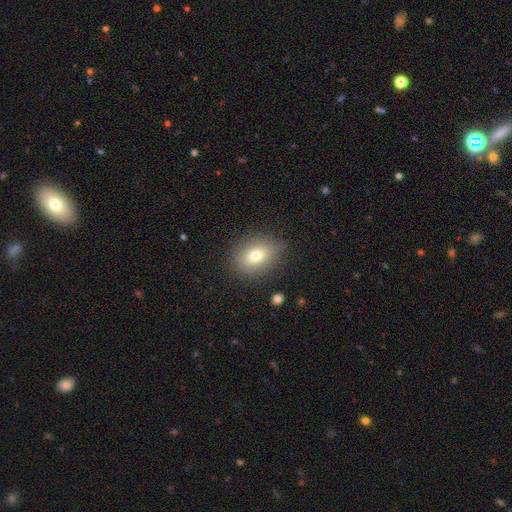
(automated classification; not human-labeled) Smooth or featured? smooth (74%)
How rounded? in between (63%)
Merging? none (79%)